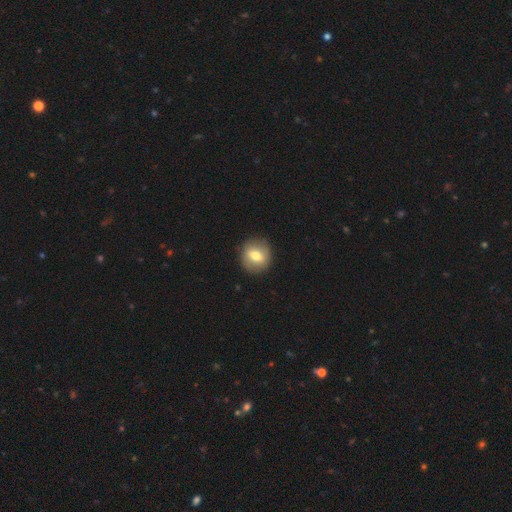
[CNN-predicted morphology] A smooth galaxy with no disk features (58%) that is round (84%). Merging: none (89%).